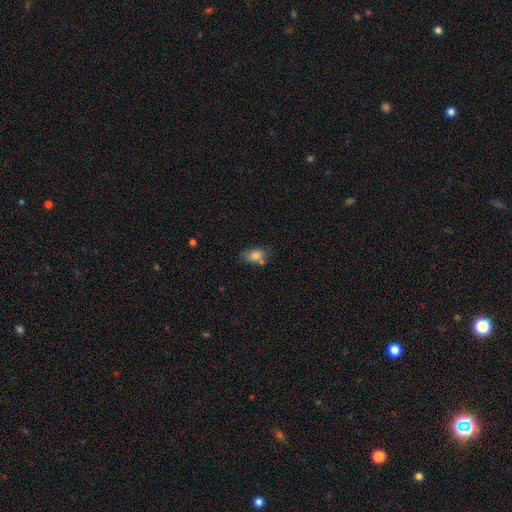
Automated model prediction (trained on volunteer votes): Smooth or featured?
  - smooth: 80% *
  - featured or disk: 10%
  - star or artifact: 9%
How rounded?
  - in between: 85% *
  - round: 11%
  - cigar-shaped: 4%
Merging?
  - none: 59% *
  - minor disturbance: 20%
  - merger: 15%
  - major disturbance: 5%